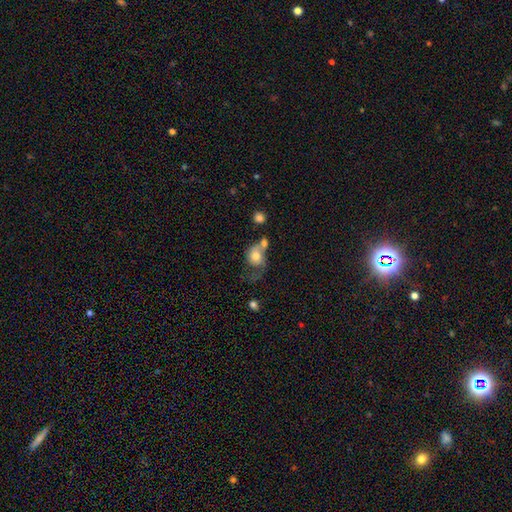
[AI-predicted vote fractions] Overall: smooth (65%; featured or disk 26%). How rounded: round (56%; in between 43%). Merging: merger (36%; major disturbance 30%).